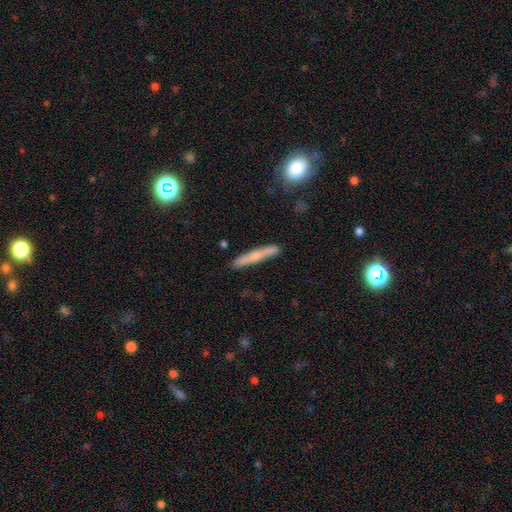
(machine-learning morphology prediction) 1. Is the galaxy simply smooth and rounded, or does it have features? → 51% smooth, 41% featured or disk, 8% star or artifact.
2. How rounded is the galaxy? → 93% cigar-shaped, 5% in between, 2% round.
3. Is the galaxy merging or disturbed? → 83% none, 12% minor disturbance, 3% merger, 2% major disturbance.